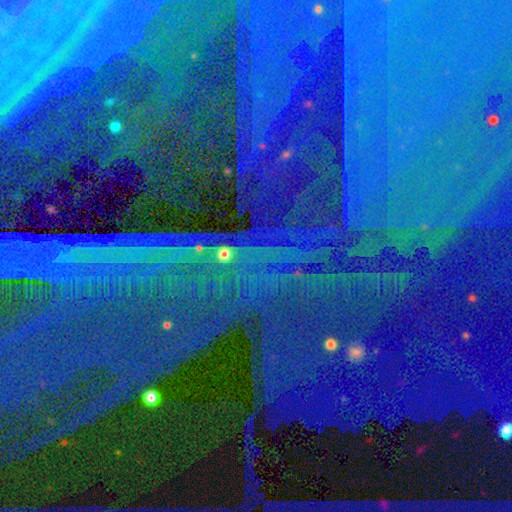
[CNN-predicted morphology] Smooth or featured? Predicted: star or artifact (p=0.89).